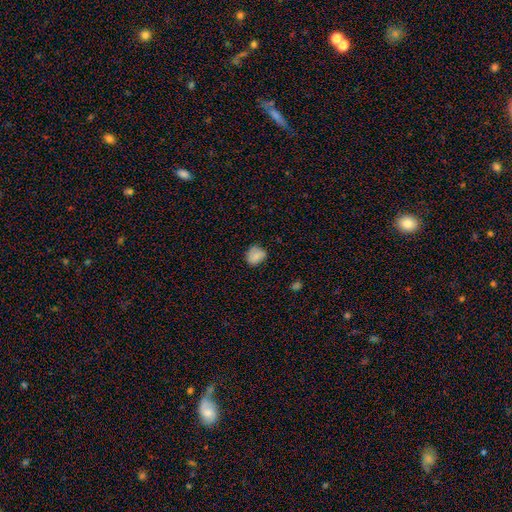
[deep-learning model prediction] A smooth galaxy with no disk features (79%) that is round (65%).

Vote fractions:
- Smooth or featured? smooth: 79% / featured or disk: 12% / star or artifact: 9%
- How rounded? round: 65% / in between: 34% / cigar-shaped: 1%
- Merging? none: 72% / minor disturbance: 22% / major disturbance: 5% / merger: 1%